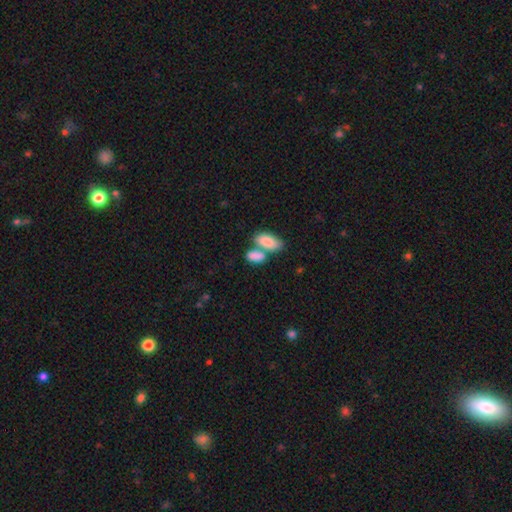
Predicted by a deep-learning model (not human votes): smooth_or_featured: smooth (p=0.85) [alt: featured or disk p=0.09]
how_rounded: in between (p=0.92) [alt: cigar-shaped p=0.04]
merging: merger (p=0.56) [alt: none p=0.30]